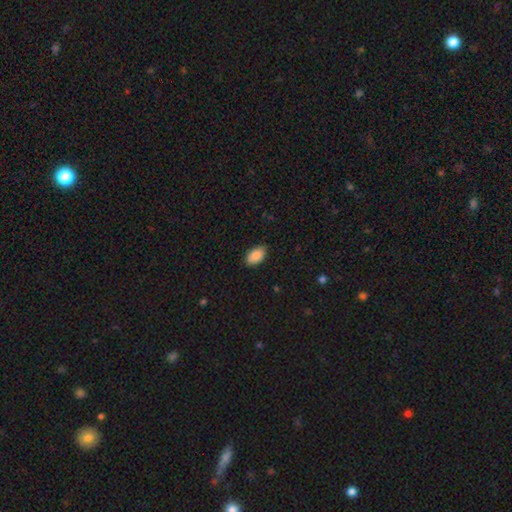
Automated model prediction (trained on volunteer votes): This appears to be a smooth galaxy with no disk features (88%) that is in between round and cigar-shaped (94%). Merging: none (86%).